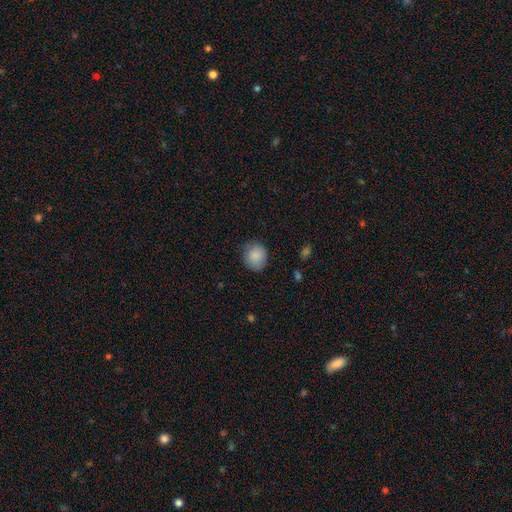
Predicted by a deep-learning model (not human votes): This appears to be a smooth galaxy with no disk features (88%) that is round (78%). Merging: none (80%).